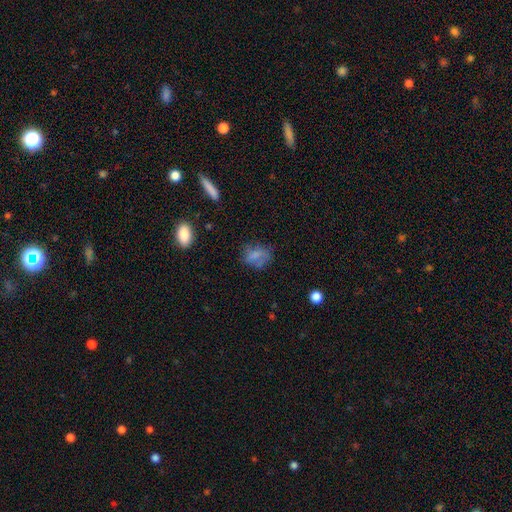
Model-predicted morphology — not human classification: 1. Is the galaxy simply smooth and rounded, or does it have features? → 65% smooth, 21% featured or disk, 14% star or artifact.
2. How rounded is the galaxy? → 62% in between, 36% round, 2% cigar-shaped.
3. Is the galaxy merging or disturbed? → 51% none, 25% minor disturbance, 19% major disturbance, 4% merger.